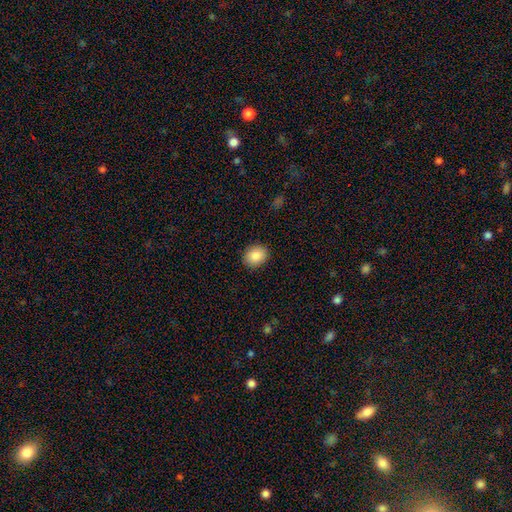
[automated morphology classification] smooth_or_featured: smooth (p=0.87) [alt: star or artifact p=0.08]
how_rounded: round (p=0.58) [alt: in between p=0.42]
merging: none (p=0.90) [alt: minor disturbance p=0.07]